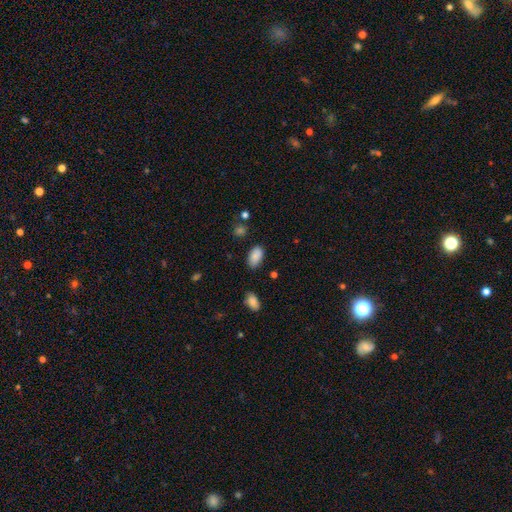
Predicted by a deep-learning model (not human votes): Overall: smooth (87%). How rounded: in between (94%). Merging: none (80%).